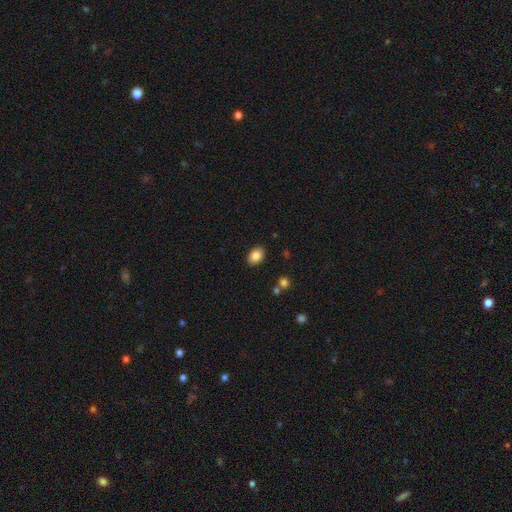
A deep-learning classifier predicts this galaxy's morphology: Smooth or featured? smooth (85%)
How rounded? in between (81%)
Merging? none (88%)